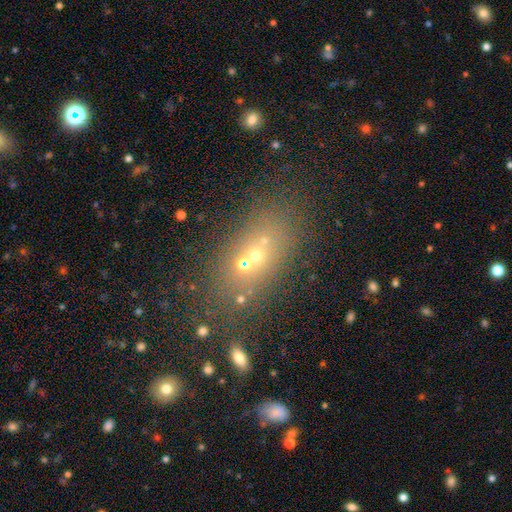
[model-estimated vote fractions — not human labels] smooth_or_featured: smooth (p=0.46) [alt: featured or disk p=0.29]
merging: none (p=0.45) [alt: merger p=0.39]